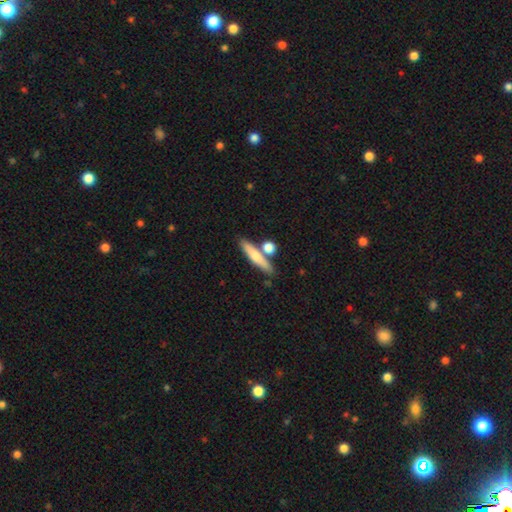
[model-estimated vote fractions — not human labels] Q: Smooth or featured?
A: smooth (62%); runner-up: featured or disk (31%)
Q: How rounded?
A: cigar-shaped (79%); runner-up: in between (15%)
Q: Merging?
A: none (69%); runner-up: merger (17%)